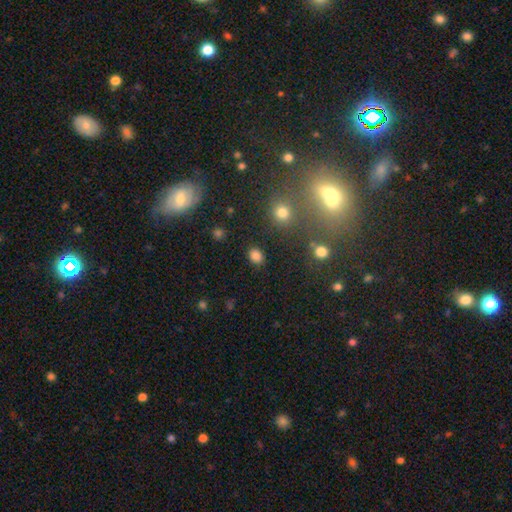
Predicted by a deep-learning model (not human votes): Morphology: type=smooth (82%); roundness=in between (56%); merging=none (85%).